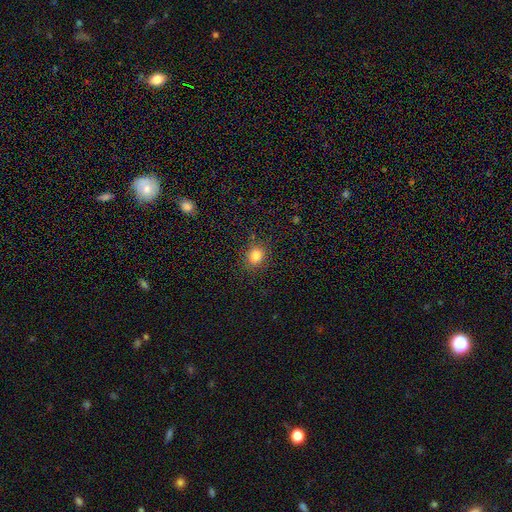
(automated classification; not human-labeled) This is clearly a smooth galaxy (81%). How rounded: likely round (72%). Merging: clearly none (87%).